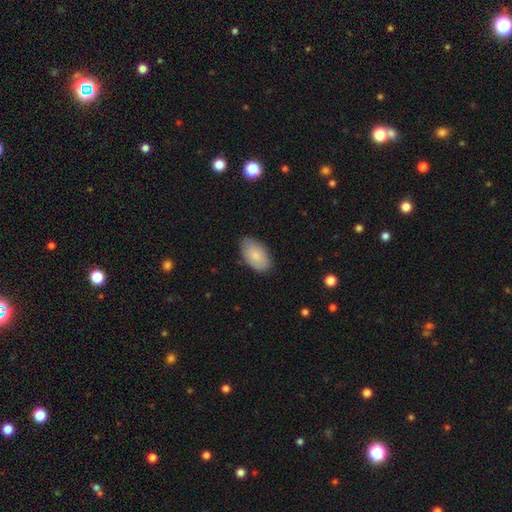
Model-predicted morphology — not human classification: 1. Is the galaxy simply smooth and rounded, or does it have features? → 82% smooth, 12% featured or disk, 6% star or artifact.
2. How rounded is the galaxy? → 95% in between, 4% round, 2% cigar-shaped.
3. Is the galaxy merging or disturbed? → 80% none, 16% minor disturbance, 3% major disturbance, 1% merger.